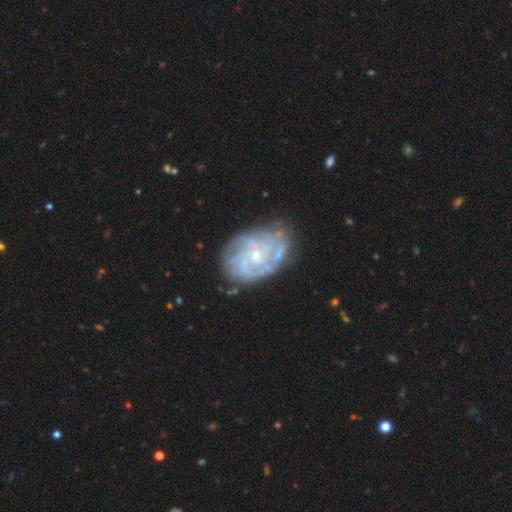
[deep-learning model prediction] Overall: featured or disk (83%). Edge-on disk: no (97%). Bar: no (65%; weak 30%). Spiral arms: yes (92%). Spiral arm count: can't tell (40%; 4 19%). Spiral winding: tight (60%; medium 31%). Bulge size: small (66%). Merging: none (69%).